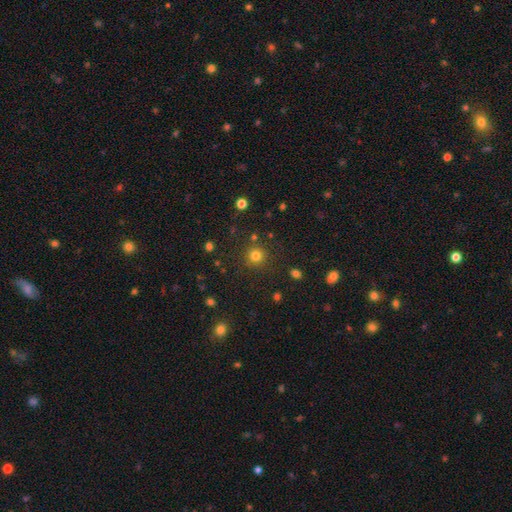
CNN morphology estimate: A smooth galaxy with no disk features (79%) that is round (94%).

Vote fractions:
- Smooth or featured? smooth: 79% / star or artifact: 15% / featured or disk: 5%
- How rounded? round: 94% / in between: 5% / cigar-shaped: 1%
- Merging? none: 87% / minor disturbance: 7% / merger: 3% / major disturbance: 3%